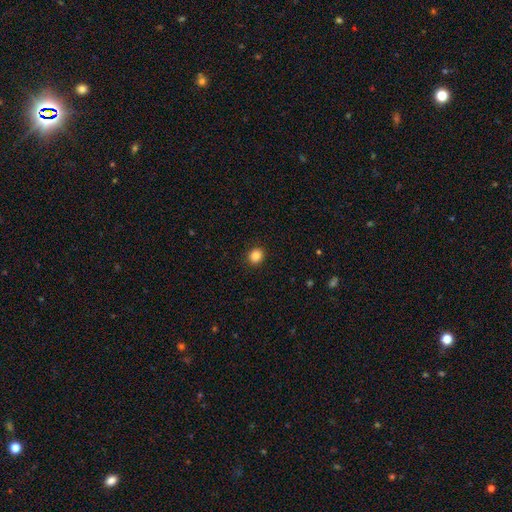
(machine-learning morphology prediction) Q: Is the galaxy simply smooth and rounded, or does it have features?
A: smooth — 85%.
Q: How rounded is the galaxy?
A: round — 74%.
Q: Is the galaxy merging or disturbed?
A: none — 91%.